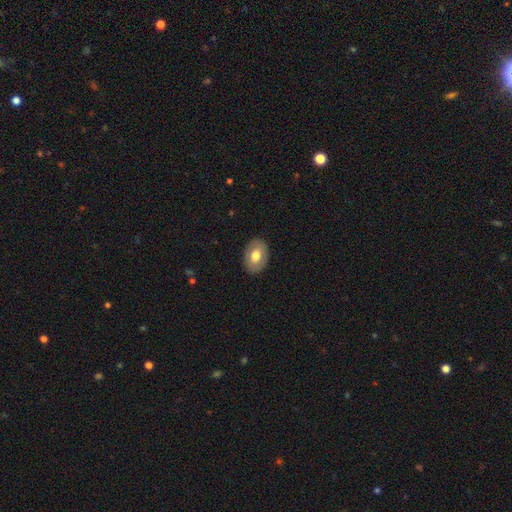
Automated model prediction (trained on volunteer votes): Q: Smooth or featured?
A: smooth (66%); runner-up: featured or disk (27%)
Q: How rounded?
A: in between (80%); runner-up: round (19%)
Q: Merging?
A: none (88%); runner-up: minor disturbance (9%)